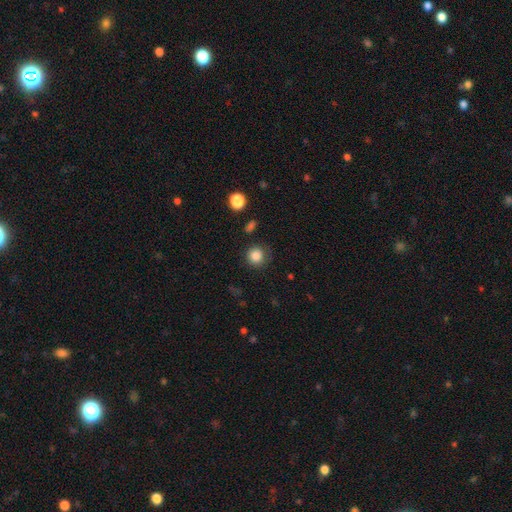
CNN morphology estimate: The model was most divided on "merging": none: 81%, minor disturbance: 12%, major disturbance: 4%, merger: 2%. More confident: how rounded — round (91%); smooth or featured — smooth (85%).